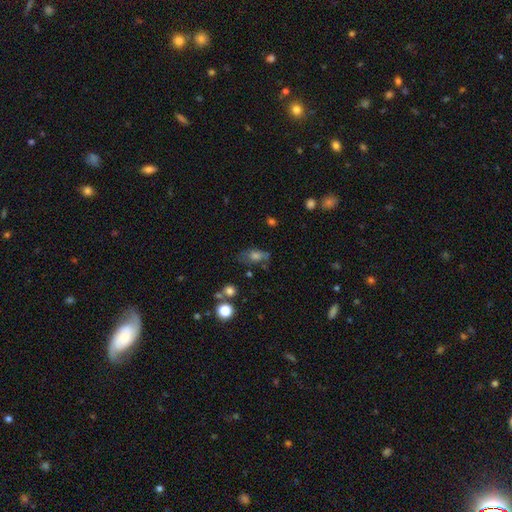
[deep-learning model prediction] This is possibly a smooth galaxy (58%). How rounded: likely in between (75%). Merging: possibly none (59%).